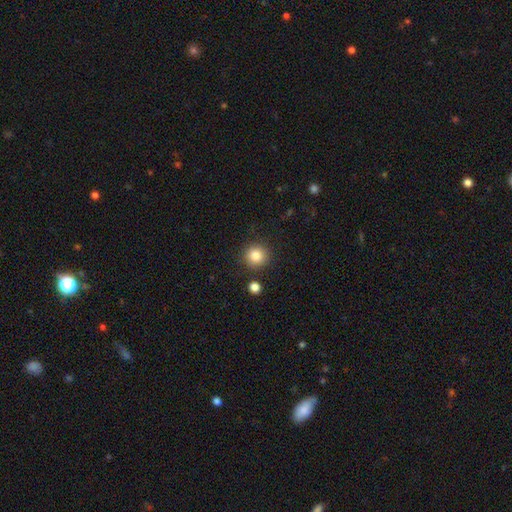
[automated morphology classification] type=smooth (84%); roundness=round (93%); merging=none (86%).